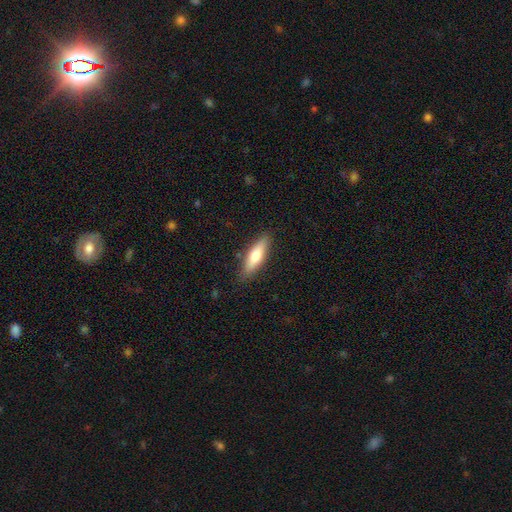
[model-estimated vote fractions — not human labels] The model was most divided on "how rounded": cigar-shaped: 62%, in between: 36%, round: 2%. More confident: merging — none (86%); smooth or featured — smooth (62%).